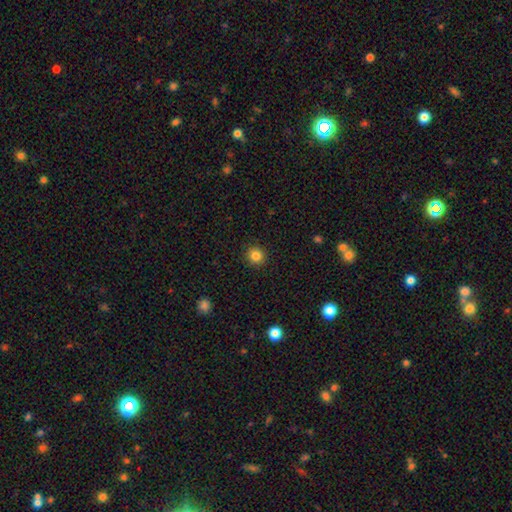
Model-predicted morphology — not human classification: type=smooth (84%); roundness=round (93%); merging=none (92%).